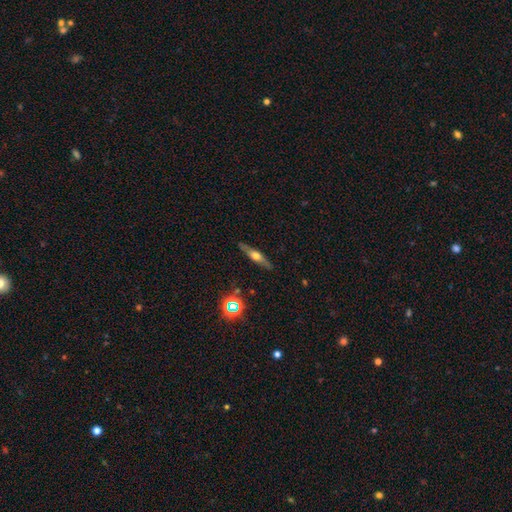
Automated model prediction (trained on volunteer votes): featured or disk 60%, smooth 31%, star or artifact 9%. Down the decision tree: edge-on disk — yes (93%); edge-on bulge — rounded (89%); merging — none (87%).